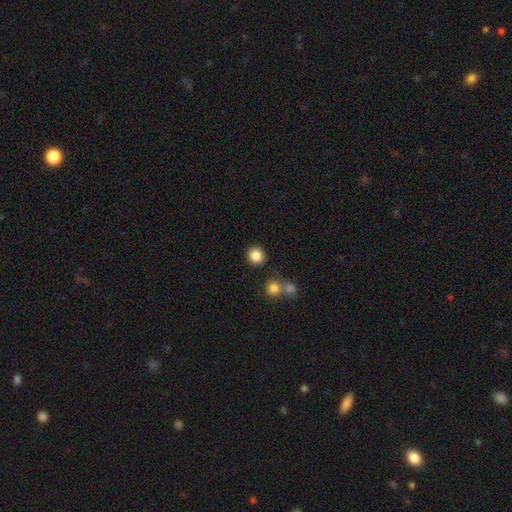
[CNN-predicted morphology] Smooth or featured? smooth (85%)
How rounded? round (91%)
Merging? none (87%)